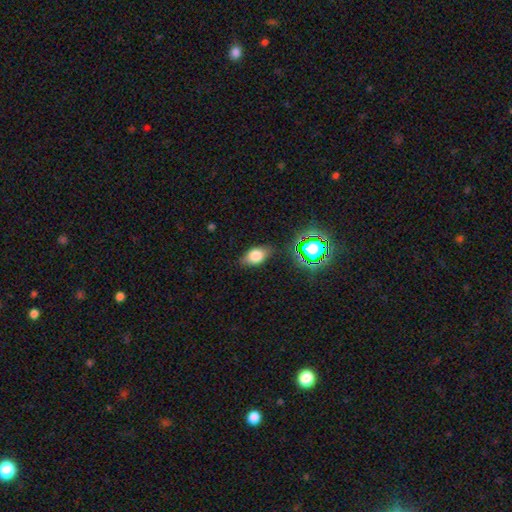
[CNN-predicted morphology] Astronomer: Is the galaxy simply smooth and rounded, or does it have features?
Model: smooth — 74%.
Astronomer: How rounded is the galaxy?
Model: in between — 84%.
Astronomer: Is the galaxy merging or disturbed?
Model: none — 78%.